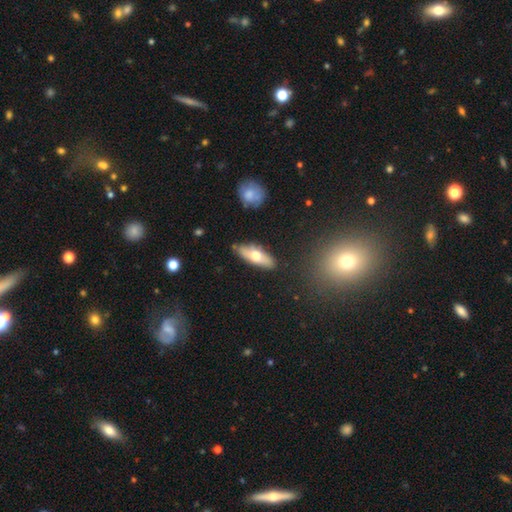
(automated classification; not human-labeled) Smooth or featured? smooth (59%)
How rounded? in between (61%)
Merging? none (80%)